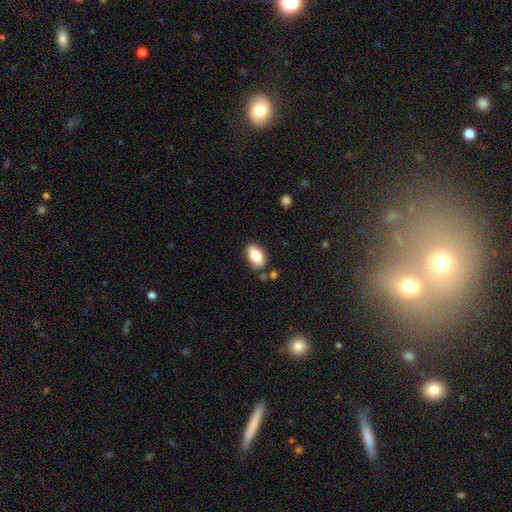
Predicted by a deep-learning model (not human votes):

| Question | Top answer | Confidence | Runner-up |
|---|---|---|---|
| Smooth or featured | smooth | 81% | featured or disk (12%) |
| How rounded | in between | 91% | round (6%) |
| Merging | none | 80% | minor disturbance (13%) |